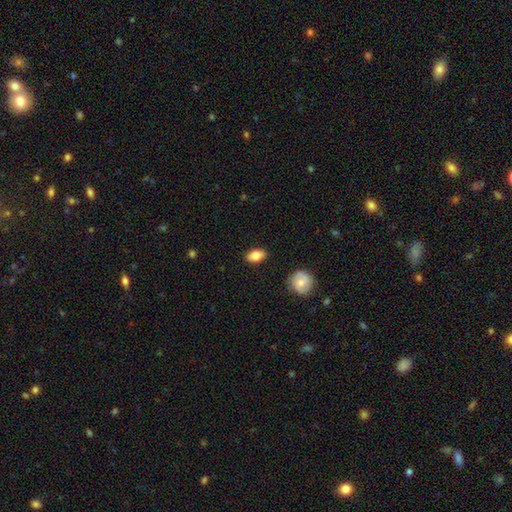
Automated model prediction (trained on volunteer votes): The model was most divided on "smooth or featured": smooth: 81%, featured or disk: 12%, star or artifact: 7%. More confident: how rounded — in between (89%); merging — none (87%).